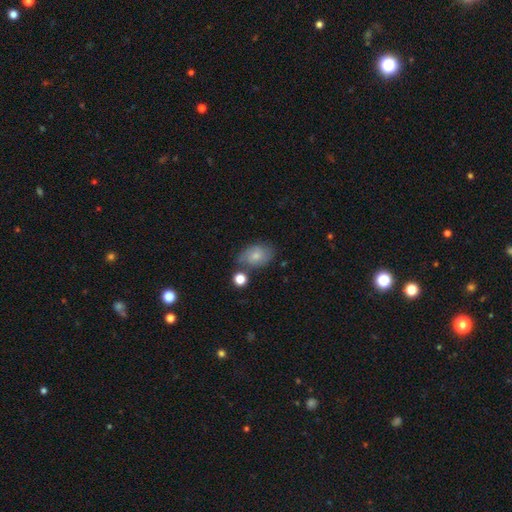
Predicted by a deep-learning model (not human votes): smooth-or-featured: smooth: 72% | featured or disk: 20% | star or artifact: 8%
  how-rounded: in between: 77% | round: 21% | cigar-shaped: 1%
  merging: none: 60% | minor disturbance: 23% | merger: 10% | major disturbance: 7%